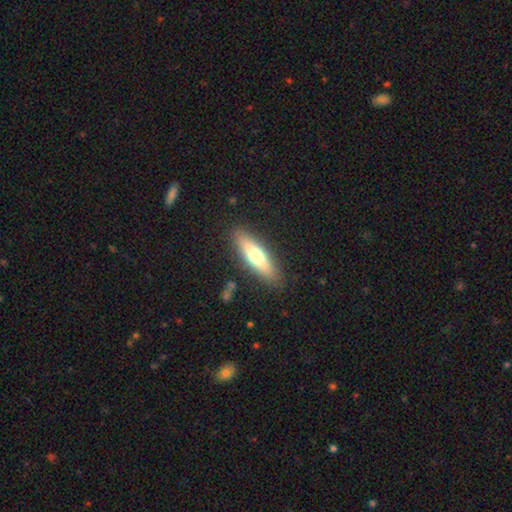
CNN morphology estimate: Smooth or featured: smooth — 56% (featured or disk — 38%)
How rounded: cigar-shaped — 67% (in between — 31%)
Merging: none — 88% (minor disturbance — 8%)